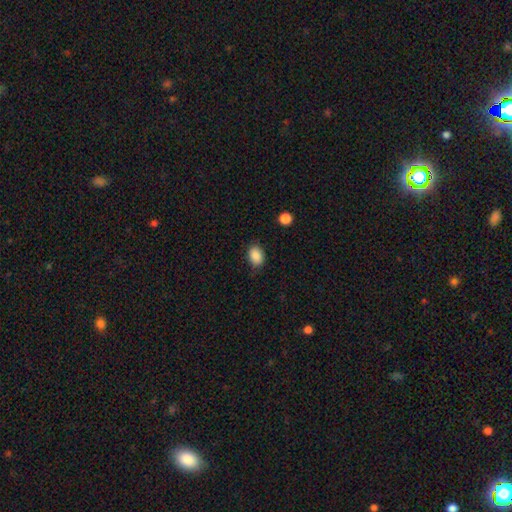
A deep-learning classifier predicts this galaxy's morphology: smooth 88%, star or artifact 8%, featured or disk 3%. Down the decision tree: how rounded — in between (72%); merging — none (78%).